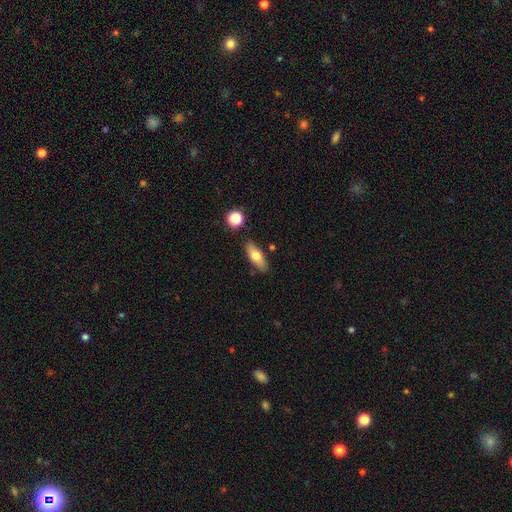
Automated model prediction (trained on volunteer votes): smooth_or_featured: smooth (p=0.69) [alt: featured or disk p=0.24]
how_rounded: in between (p=0.71) [alt: cigar-shaped p=0.25]
merging: none (p=0.83) [alt: minor disturbance p=0.11]